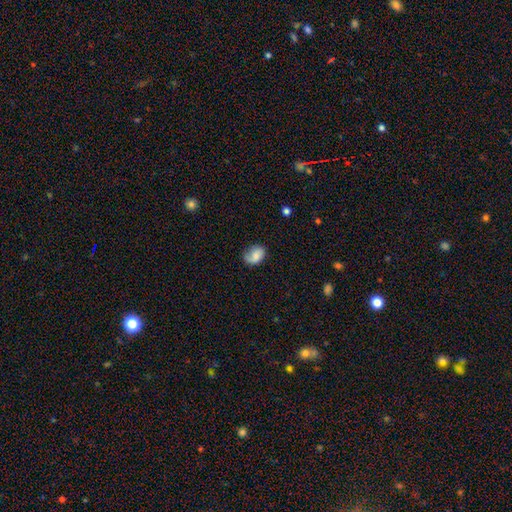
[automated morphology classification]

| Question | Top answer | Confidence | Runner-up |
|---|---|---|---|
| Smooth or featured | smooth | 75% | featured or disk (17%) |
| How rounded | in between | 73% | round (26%) |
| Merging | none | 55% | minor disturbance (31%) |